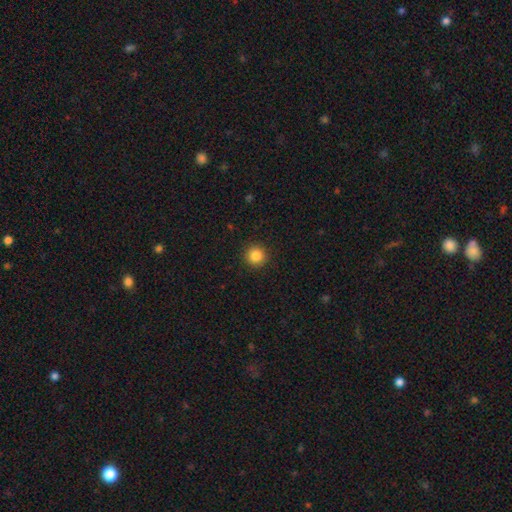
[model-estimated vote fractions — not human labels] The model was most divided on "smooth or featured": smooth: 85%, star or artifact: 10%, featured or disk: 4%. More confident: how rounded — round (94%); merging — none (92%).